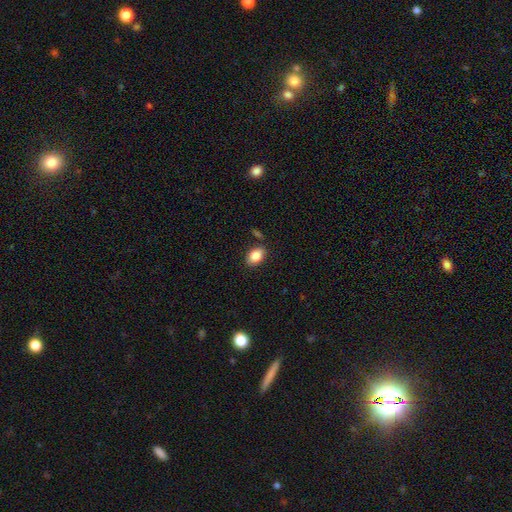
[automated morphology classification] This is clearly a smooth galaxy (85%). How rounded: clearly in between (84%). Merging: clearly none (81%).